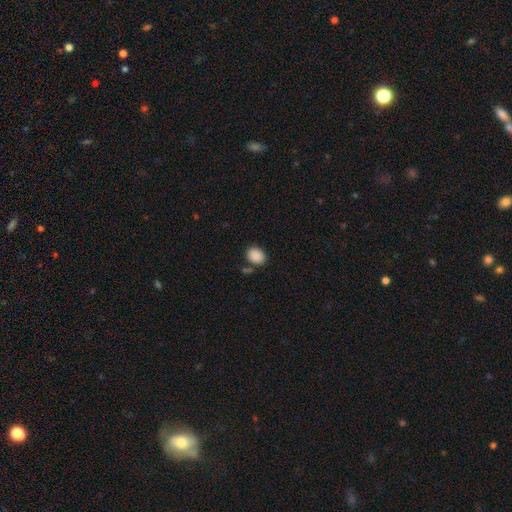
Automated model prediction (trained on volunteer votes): This is clearly a smooth galaxy (89%). How rounded: likely in between (62%). Merging: likely none (77%).